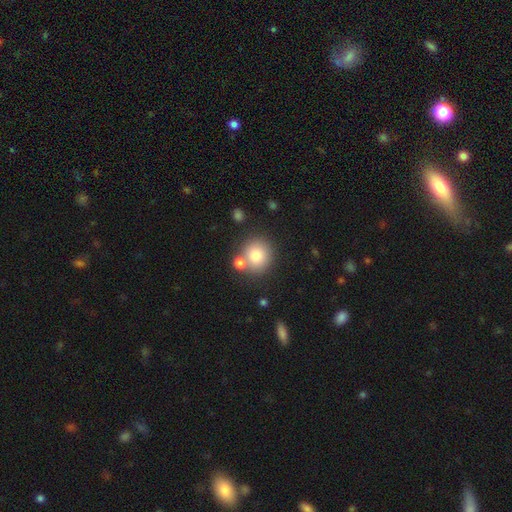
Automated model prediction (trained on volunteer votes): This appears to be a smooth galaxy with no disk features (80%) that is round (85%). Merging: none (65%).